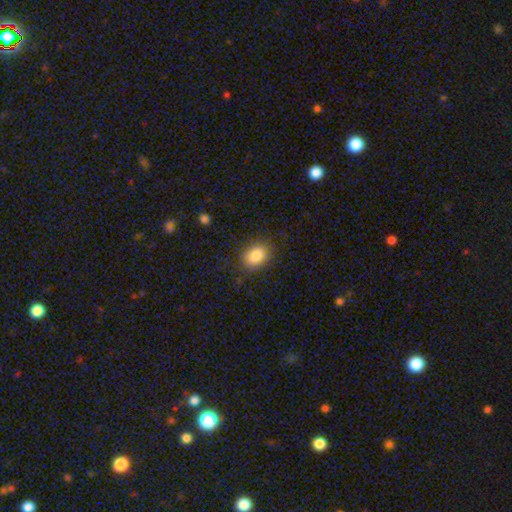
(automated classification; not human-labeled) smooth 84%, star or artifact 9%, featured or disk 7%. Down the decision tree: how rounded — in between (64%); merging — none (82%).